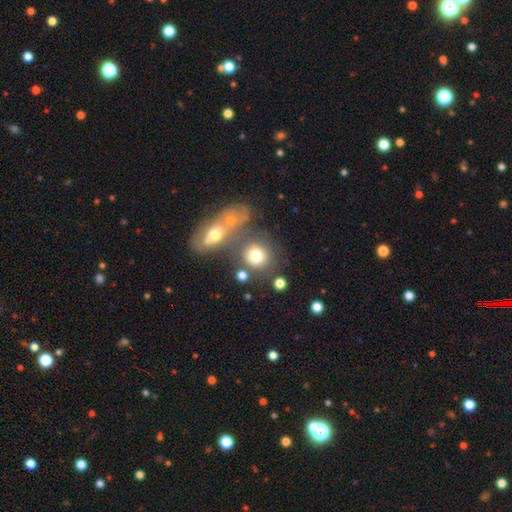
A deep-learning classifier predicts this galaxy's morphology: smooth_or_featured: smooth (p=0.72) [alt: featured or disk p=0.15]
how_rounded: round (p=0.78) [alt: in between p=0.20]
merging: none (p=0.48) [alt: merger p=0.33]